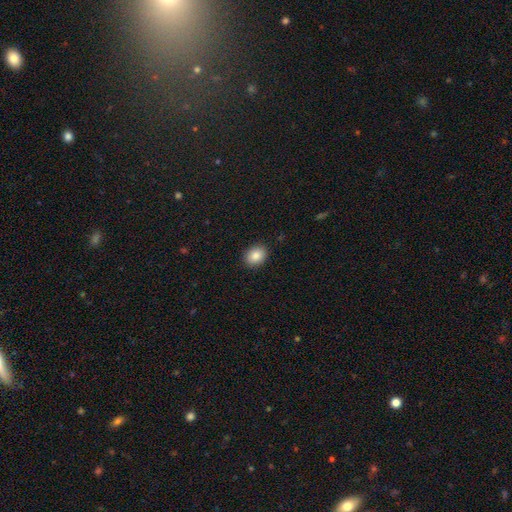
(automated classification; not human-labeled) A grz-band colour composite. It shows a smooth galaxy with no disk features (86%) that is in between round and cigar-shaped (52%). Merging: none (90%).